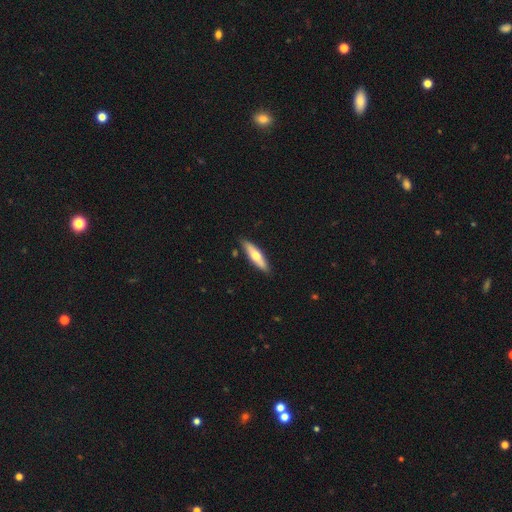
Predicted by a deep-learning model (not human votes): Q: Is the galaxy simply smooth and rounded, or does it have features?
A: smooth — 49%.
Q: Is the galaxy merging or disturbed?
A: none — 86%.